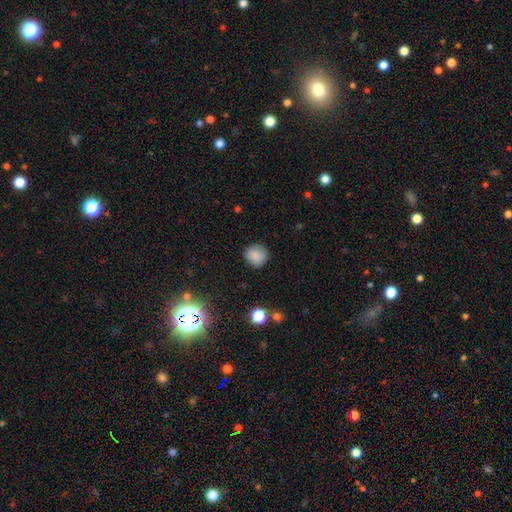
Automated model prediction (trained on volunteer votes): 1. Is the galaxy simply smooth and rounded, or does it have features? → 85% smooth, 10% star or artifact, 5% featured or disk.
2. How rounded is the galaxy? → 92% round, 7% in between, 1% cigar-shaped.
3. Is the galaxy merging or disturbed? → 86% none, 10% minor disturbance, 3% major disturbance, 1% merger.